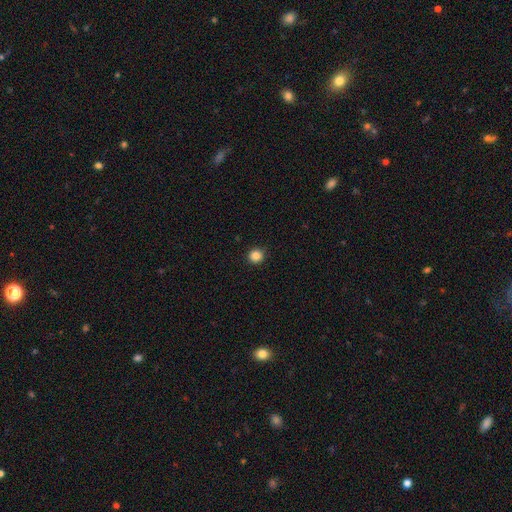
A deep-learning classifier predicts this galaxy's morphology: Overall: smooth (85%). How rounded: round (93%). Merging: none (92%).